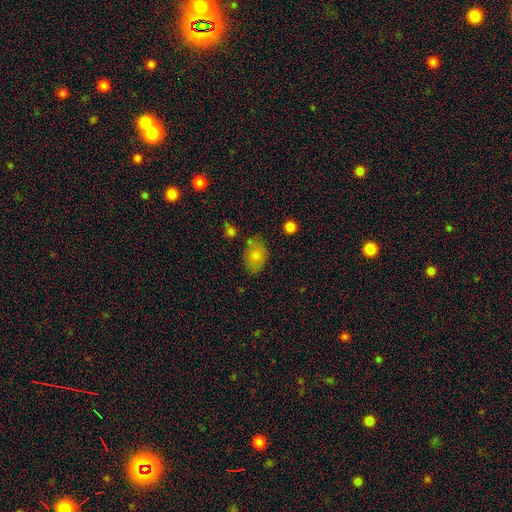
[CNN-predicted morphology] smooth_or_featured: smooth (p=0.78) [alt: featured or disk p=0.12]
how_rounded: in between (p=0.82) [alt: round p=0.16]
merging: none (p=0.67) [alt: minor disturbance p=0.21]